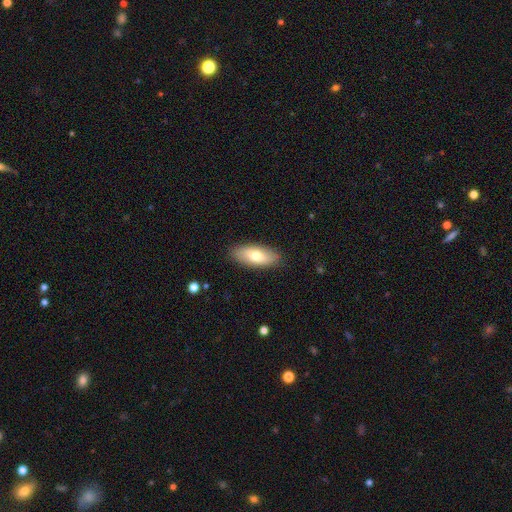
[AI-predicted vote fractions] smooth 72%, featured or disk 22%, star or artifact 6%. Down the decision tree: how rounded — in between (83%); merging — none (87%).